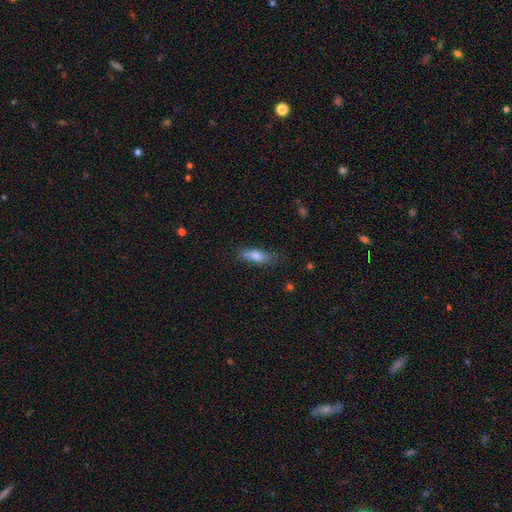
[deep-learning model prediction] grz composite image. It shows a smooth galaxy with no disk features (75%) that is in between round and cigar-shaped (57%). Merging: none (75%).